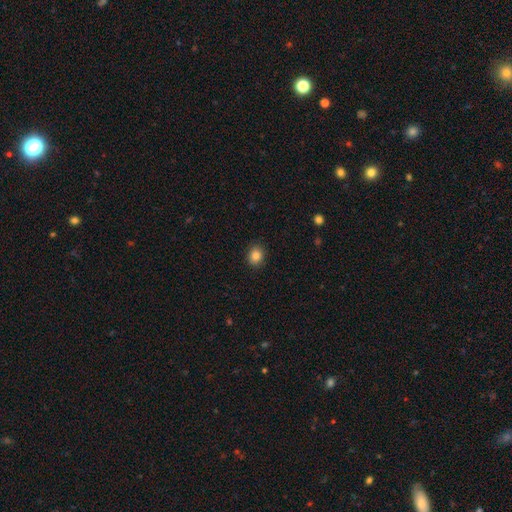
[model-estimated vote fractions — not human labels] A smooth galaxy with no disk features (84%) that is round (63%).

Vote fractions:
- Smooth or featured? smooth: 84% / star or artifact: 11% / featured or disk: 5%
- How rounded? round: 63% / in between: 36% / cigar-shaped: 1%
- Merging? none: 90% / minor disturbance: 7% / major disturbance: 2% / merger: 1%